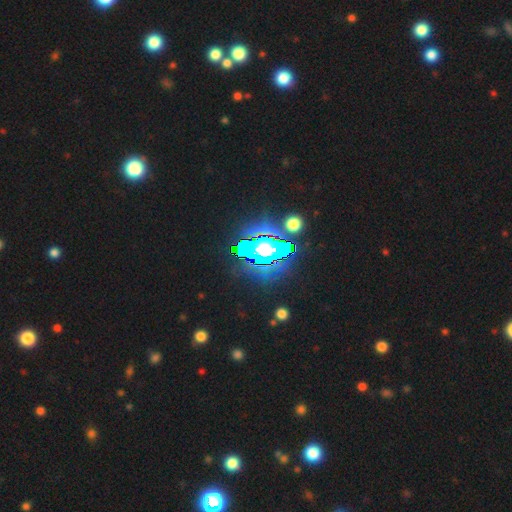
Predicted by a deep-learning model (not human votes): Smooth or featured?
  - star or artifact: 83% *
  - smooth: 10%
  - featured or disk: 7%